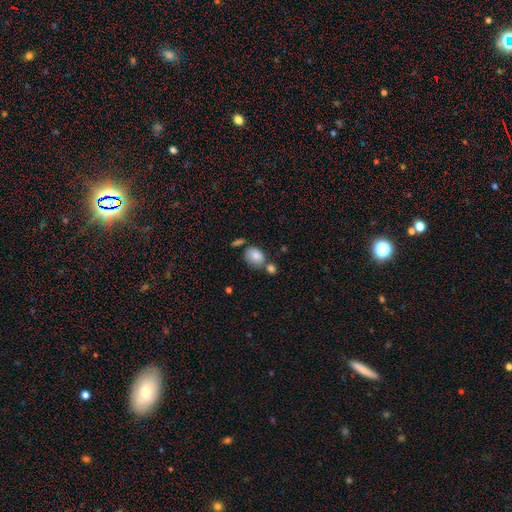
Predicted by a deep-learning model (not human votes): Smooth or featured?
  - smooth: 84% *
  - featured or disk: 8%
  - star or artifact: 8%
How rounded?
  - in between: 59% *
  - round: 40%
  - cigar-shaped: 1%
Merging?
  - none: 51% *
  - merger: 25%
  - minor disturbance: 18%
  - major disturbance: 6%